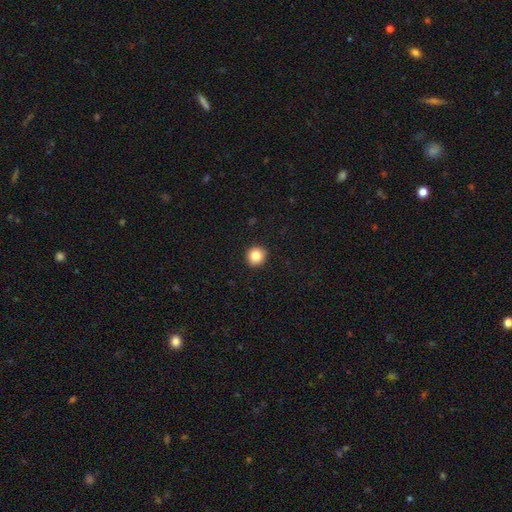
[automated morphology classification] Smooth or featured? smooth (83%)
How rounded? round (93%)
Merging? none (92%)